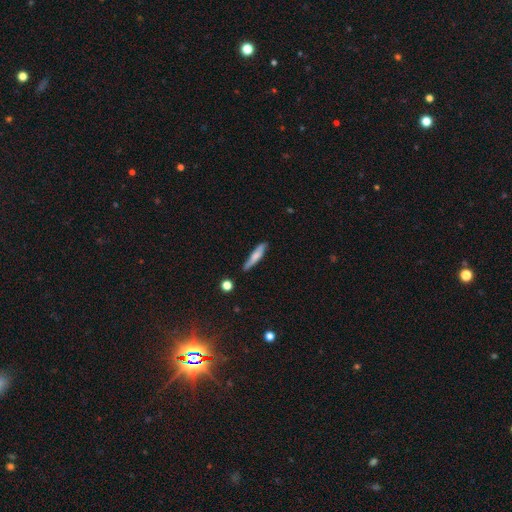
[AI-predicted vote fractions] Overall: smooth (65%; featured or disk 28%). How rounded: cigar-shaped (87%). Merging: none (80%).